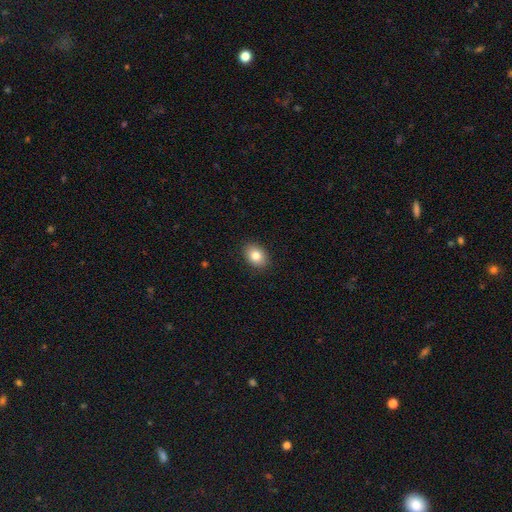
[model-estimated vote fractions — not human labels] Q: Smooth or featured?
A: smooth (82%); runner-up: featured or disk (9%)
Q: How rounded?
A: in between (72%); runner-up: round (27%)
Q: Merging?
A: none (88%); runner-up: minor disturbance (9%)